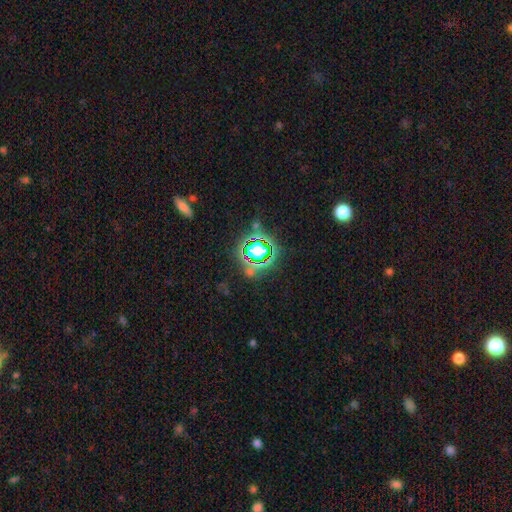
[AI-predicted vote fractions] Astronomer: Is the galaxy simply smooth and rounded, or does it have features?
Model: star or artifact — 75%.